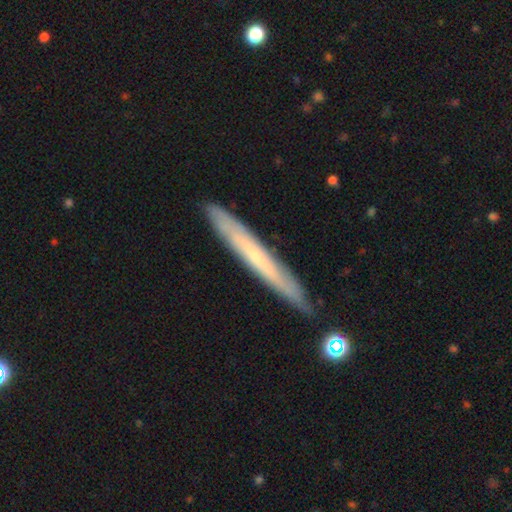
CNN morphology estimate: Smooth or featured? Predicted: featured or disk (p=0.57). Edge-on disk? Predicted: yes (p=0.87). Edge-on bulge? Predicted: none (p=0.72). Merging? Predicted: none (p=0.86).